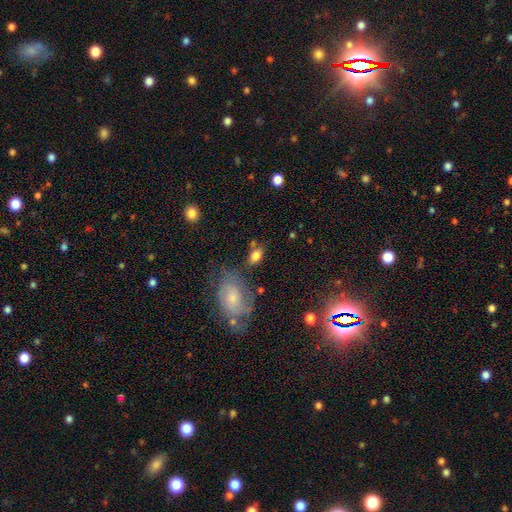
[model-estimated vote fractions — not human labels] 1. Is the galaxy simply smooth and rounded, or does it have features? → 80% smooth, 11% featured or disk, 9% star or artifact.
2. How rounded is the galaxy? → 87% in between, 10% round, 3% cigar-shaped.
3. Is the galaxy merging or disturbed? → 64% none, 17% minor disturbance, 12% merger, 7% major disturbance.